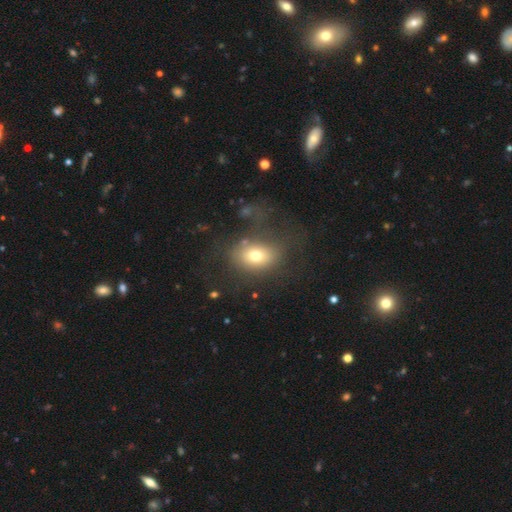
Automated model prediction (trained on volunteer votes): A smooth galaxy with no disk features (68%) that is in between round and cigar-shaped (69%). Merging: none (52%).